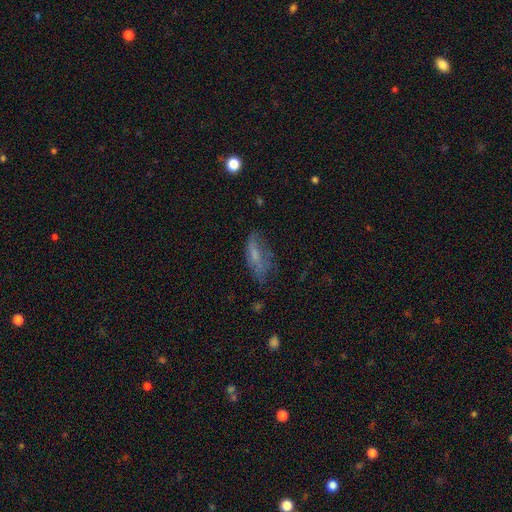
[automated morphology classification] Smooth or featured? Predicted: smooth (p=0.57). How rounded? Predicted: in between (p=0.69). Merging? Predicted: none (p=0.46).